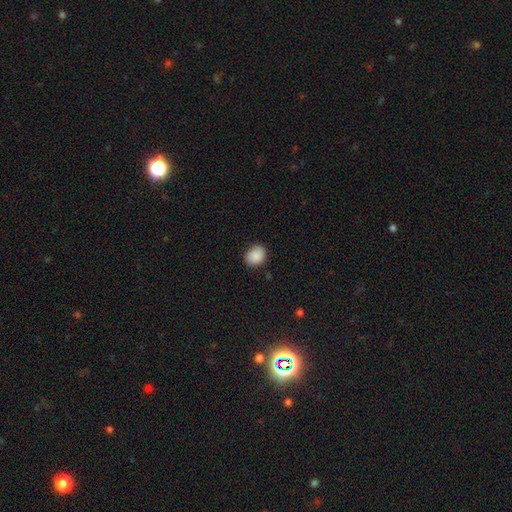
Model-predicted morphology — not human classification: Smooth or featured? smooth (86%)
How rounded? round (57%)
Merging? none (78%)